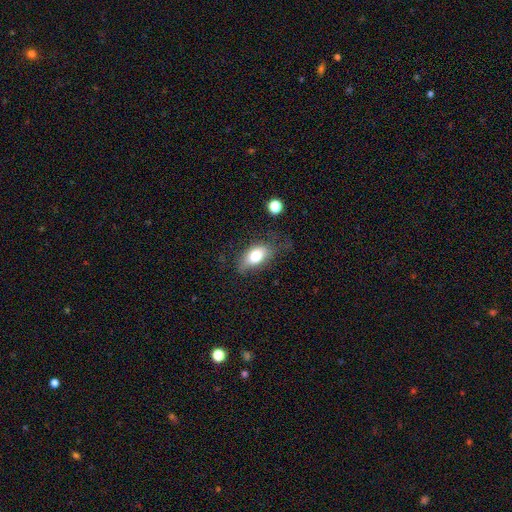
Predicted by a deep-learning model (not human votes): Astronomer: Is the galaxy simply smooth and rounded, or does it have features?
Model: smooth — 75%.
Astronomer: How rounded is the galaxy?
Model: in between — 89%.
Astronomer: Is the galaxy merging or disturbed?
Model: none — 53% (runner-up: minor disturbance, 29%).